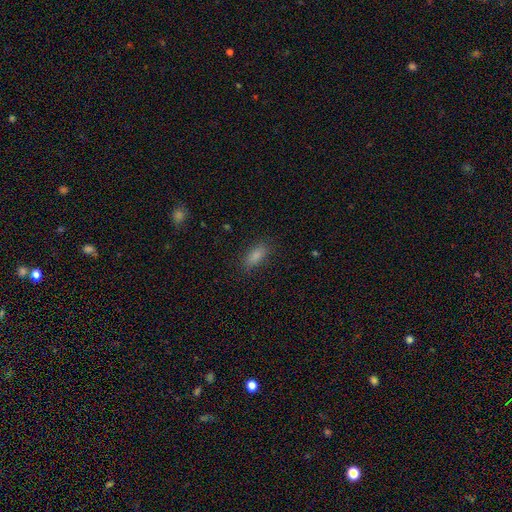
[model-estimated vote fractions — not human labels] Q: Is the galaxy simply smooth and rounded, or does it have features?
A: smooth — 84%.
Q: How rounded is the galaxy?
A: in between — 78%.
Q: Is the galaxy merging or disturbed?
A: none — 85%.